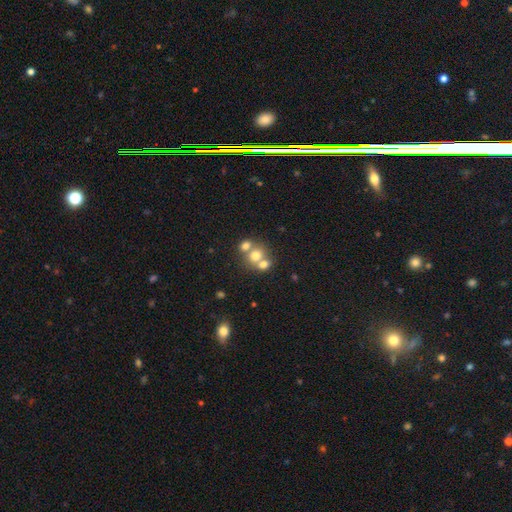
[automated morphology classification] This is likely a smooth galaxy (67%). How rounded: likely round (70%). Merging: possibly merger (57%).